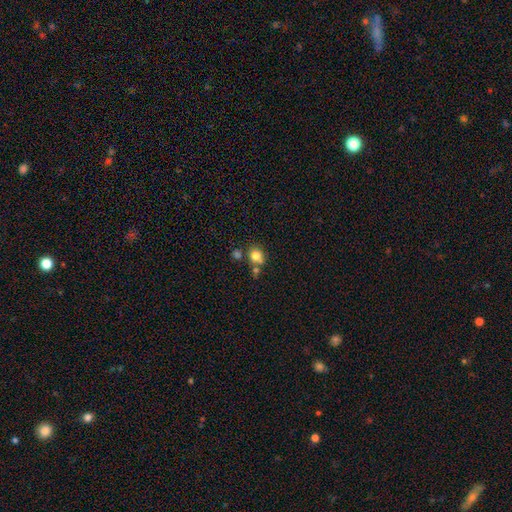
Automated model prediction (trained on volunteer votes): Smooth or featured? smooth (78%)
How rounded? round (78%)
Merging? none (56%)